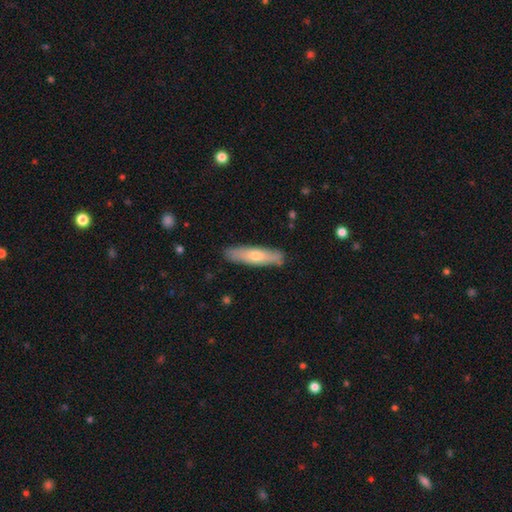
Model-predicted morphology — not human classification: type=smooth (60%); roundness=cigar-shaped (77%); merging=none (86%).